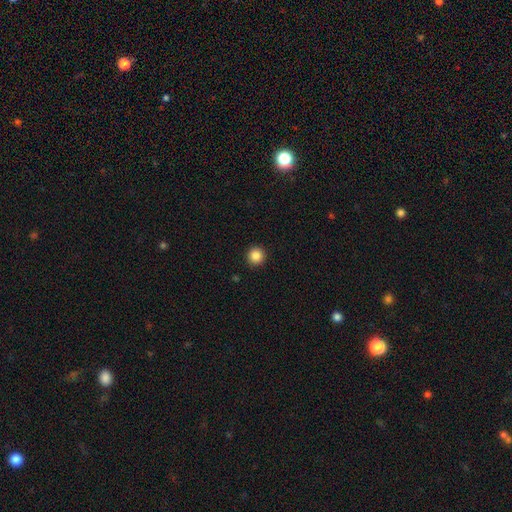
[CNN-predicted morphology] Overall: smooth (87%). How rounded: round (95%). Merging: none (93%).